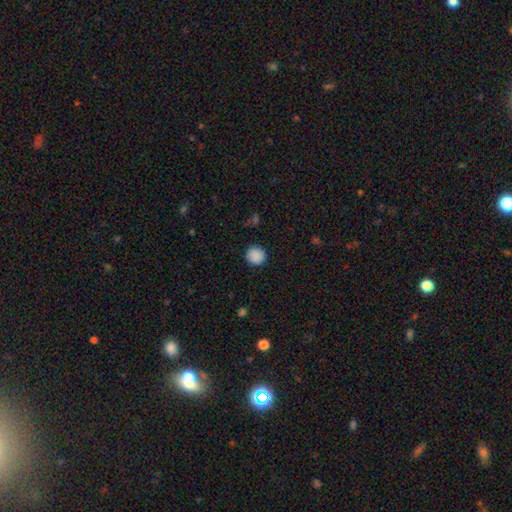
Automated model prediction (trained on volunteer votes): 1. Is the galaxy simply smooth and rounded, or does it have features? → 89% smooth, 8% star or artifact, 3% featured or disk.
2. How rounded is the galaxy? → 92% round, 7% in between, 1% cigar-shaped.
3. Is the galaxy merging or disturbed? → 89% none, 8% minor disturbance, 2% major disturbance, 1% merger.